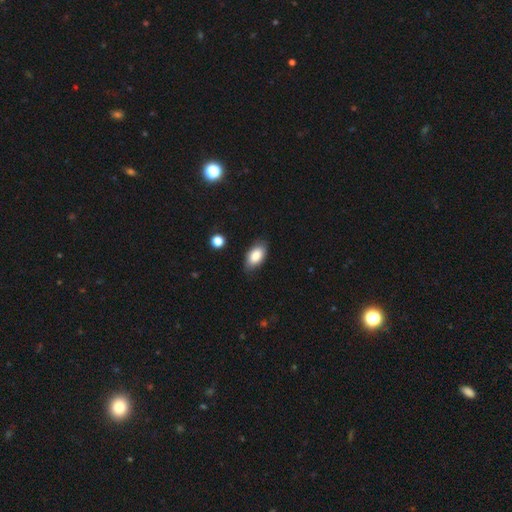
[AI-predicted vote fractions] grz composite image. It shows a smooth galaxy with no disk features (85%) that is in between round and cigar-shaped (93%). Merging: none (82%).